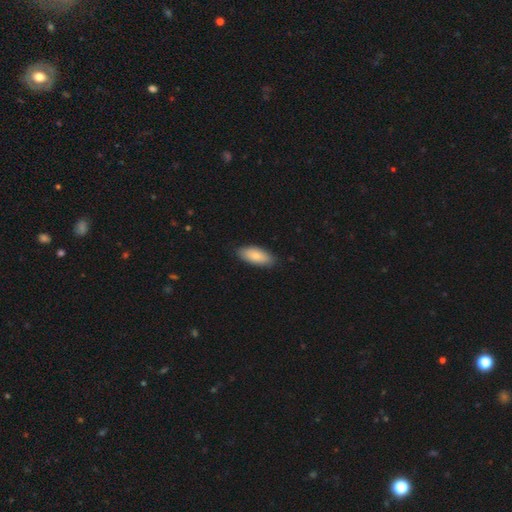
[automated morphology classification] Q: Smooth or featured?
A: smooth (83%); runner-up: featured or disk (12%)
Q: How rounded?
A: in between (84%); runner-up: cigar-shaped (14%)
Q: Merging?
A: none (87%); runner-up: minor disturbance (11%)